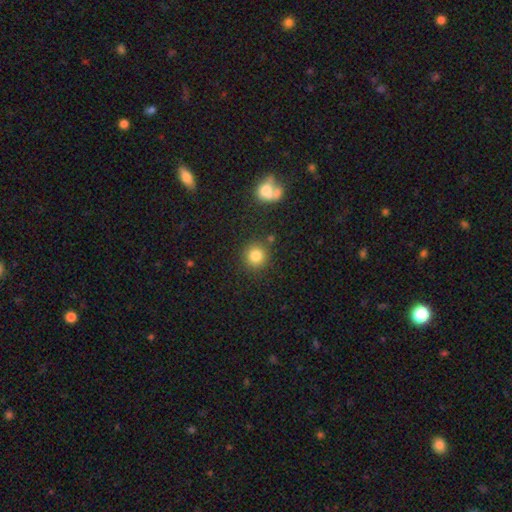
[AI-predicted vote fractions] A smooth galaxy with no disk features (83%) that is round (91%).

Vote fractions:
- Smooth or featured? smooth: 83% / star or artifact: 11% / featured or disk: 6%
- How rounded? round: 91% / in between: 8% / cigar-shaped: 1%
- Merging? none: 83% / minor disturbance: 8% / merger: 5% / major disturbance: 3%